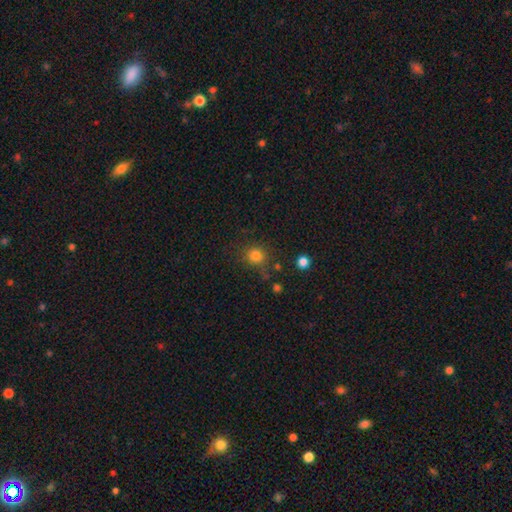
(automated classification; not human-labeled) smooth 80%, star or artifact 14%, featured or disk 6%. Down the decision tree: how rounded — round (88%); merging — none (77%).